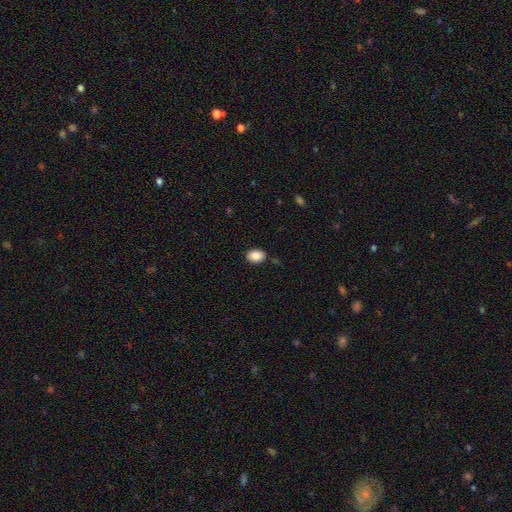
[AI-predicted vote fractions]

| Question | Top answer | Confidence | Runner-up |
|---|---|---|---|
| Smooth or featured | smooth | 88% | star or artifact (8%) |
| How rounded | in between | 75% | round (24%) |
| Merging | none | 85% | minor disturbance (10%) |